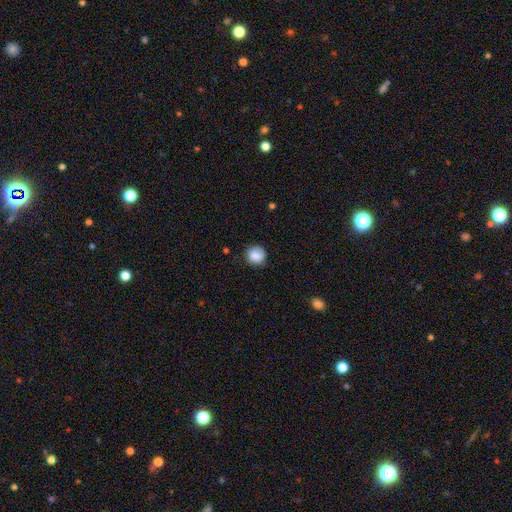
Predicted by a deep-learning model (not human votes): The model was most divided on "merging": none: 77%, minor disturbance: 18%, major disturbance: 4%, merger: 1%. More confident: how rounded — round (89%); smooth or featured — smooth (85%).